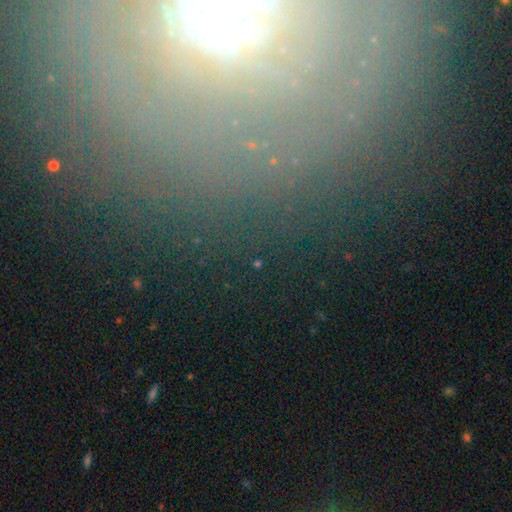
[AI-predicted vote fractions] A star or artifact, not a galaxy (45%).